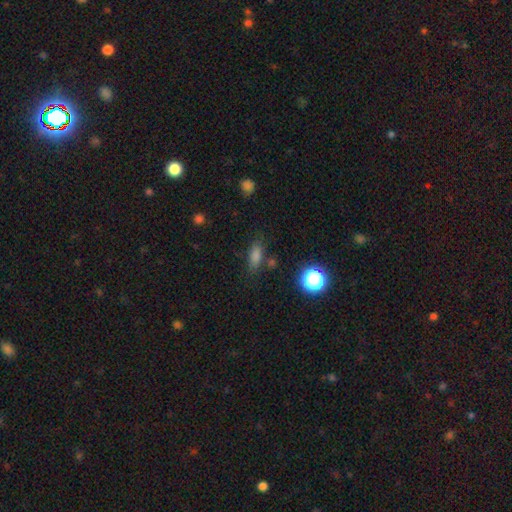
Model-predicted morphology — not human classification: Smooth or featured?
  - smooth: 75% *
  - star or artifact: 16%
  - featured or disk: 8%
How rounded?
  - in between: 65% *
  - cigar-shaped: 24%
  - round: 11%
Merging?
  - none: 76% *
  - minor disturbance: 15%
  - merger: 5%
  - major disturbance: 5%